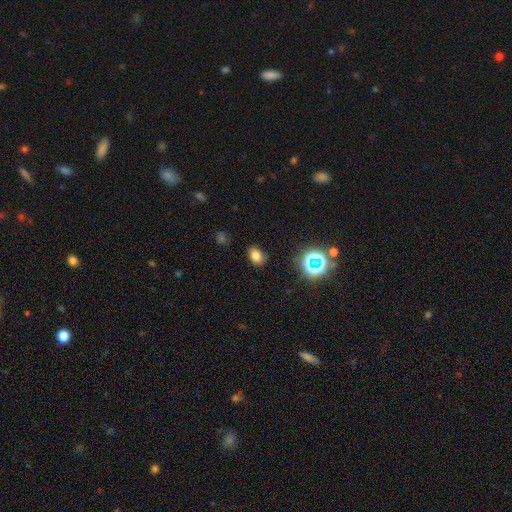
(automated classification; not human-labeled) The model was most divided on "how rounded": in between: 73%, round: 26%, cigar-shaped: 1%. More confident: merging — none (82%); smooth or featured — smooth (73%).